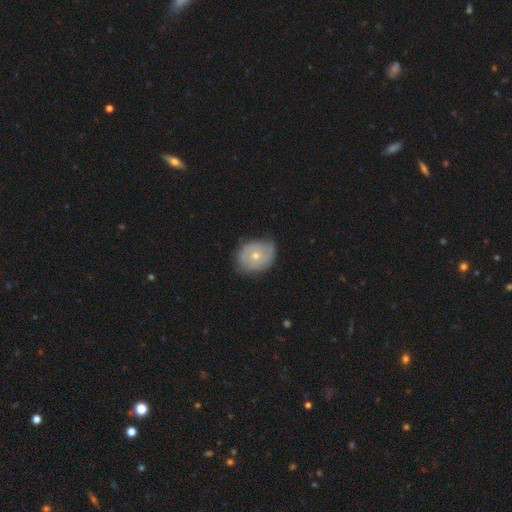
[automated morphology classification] This is possibly a featured or disk galaxy (47%). Merging: possibly none (59%).